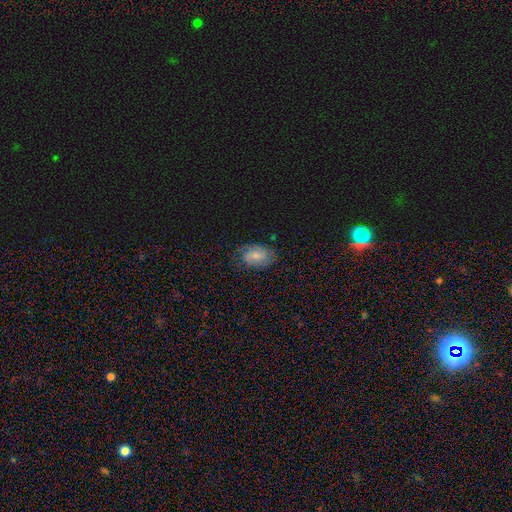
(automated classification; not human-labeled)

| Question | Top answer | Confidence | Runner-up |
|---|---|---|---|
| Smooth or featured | smooth | 60% | featured or disk (30%) |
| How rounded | in between | 88% | round (11%) |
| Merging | none | 68% | minor disturbance (22%) |